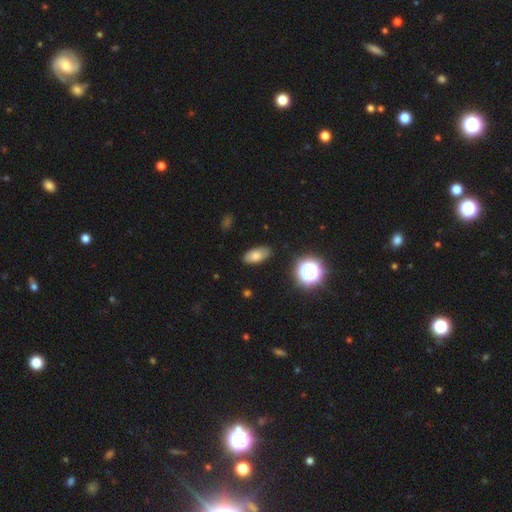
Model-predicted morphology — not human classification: smooth_or_featured: smooth (p=0.77) [alt: featured or disk p=0.12]
how_rounded: in between (p=0.89) [alt: round p=0.06]
merging: none (p=0.83) [alt: minor disturbance p=0.13]